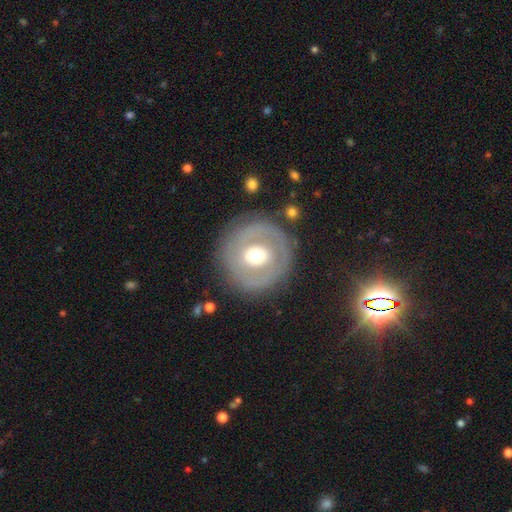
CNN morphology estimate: smooth-or-featured: featured or disk: 53% | smooth: 40% | star or artifact: 7%
  disk-edge-on: no: 95% | yes: 5%
    bar: no: 66% | weak: 23% | strong: 10%
    has-spiral-arms: no: 73% | yes: 27%
    bulge-size: moderate: 67% | large: 20% | small: 9% | dominant: 2% | none: 1%
  merging: none: 81% | minor disturbance: 11% | major disturbance: 6% | merger: 2%